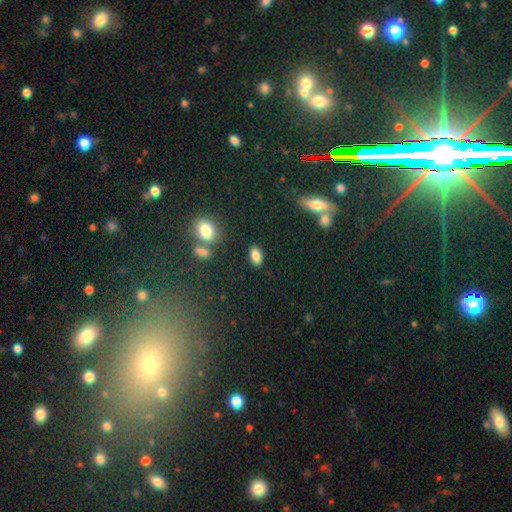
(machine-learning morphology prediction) smooth-or-featured: smooth: 84% | star or artifact: 10% | featured or disk: 6%
  how-rounded: in between: 88% | round: 10% | cigar-shaped: 2%
  merging: none: 84% | minor disturbance: 9% | merger: 4% | major disturbance: 3%